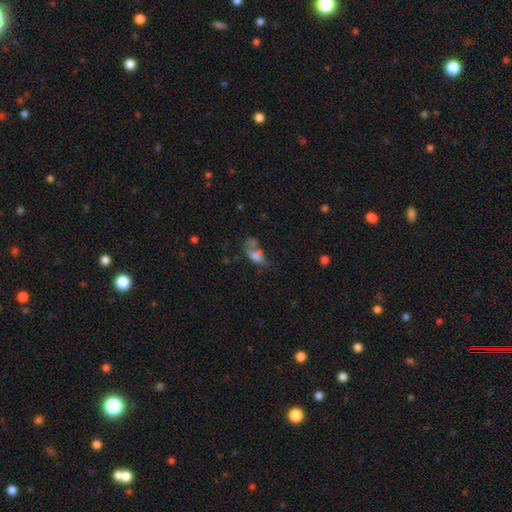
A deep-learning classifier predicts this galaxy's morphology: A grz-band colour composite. It shows a smooth galaxy with no disk features (68%) that is in between round and cigar-shaped (83%). Merging: merger (40%).